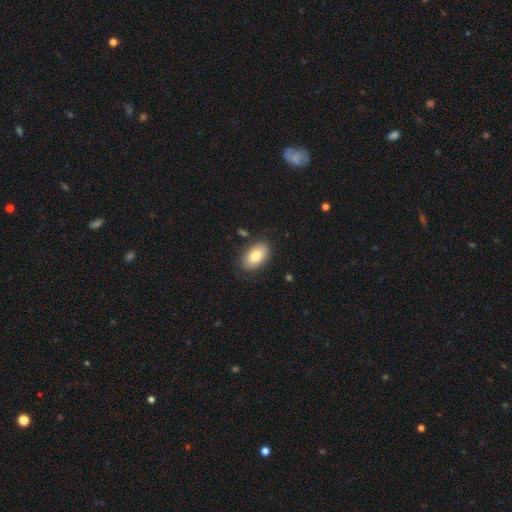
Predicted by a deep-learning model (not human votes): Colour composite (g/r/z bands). It shows a smooth galaxy with no disk features (81%) that is in between round and cigar-shaped (93%). Merging: none (83%).